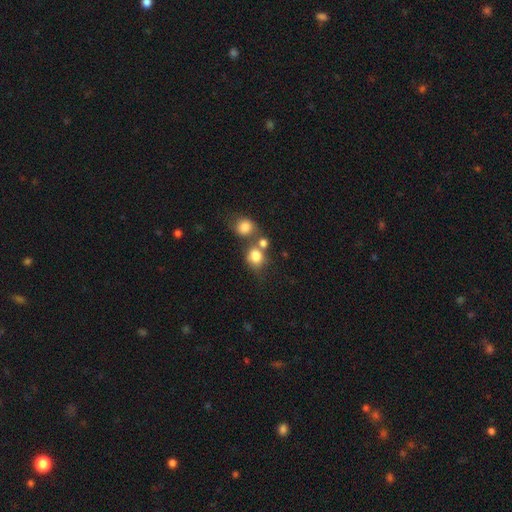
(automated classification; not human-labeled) Smooth or featured: smooth — 80% (star or artifact — 11%)
How rounded: round — 70% (in between — 29%)
Merging: none — 42% (merger — 40%)